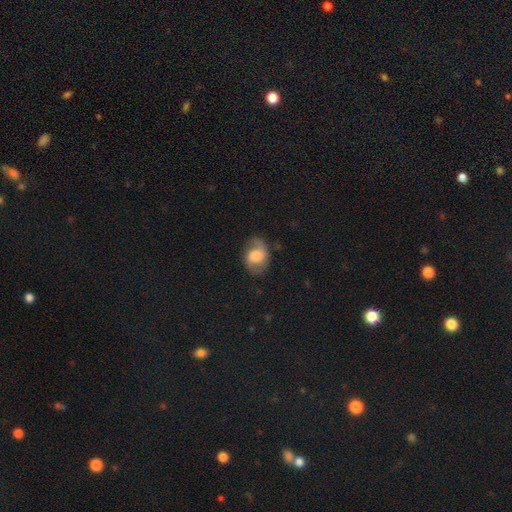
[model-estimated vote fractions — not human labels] This is possibly a smooth galaxy (52%). How rounded: likely in between (66%). Merging: likely none (68%).